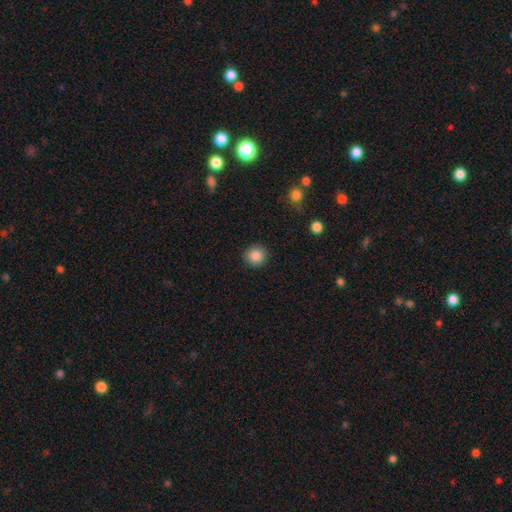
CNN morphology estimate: This is clearly a smooth galaxy (87%). How rounded: clearly round (92%). Merging: clearly none (90%).